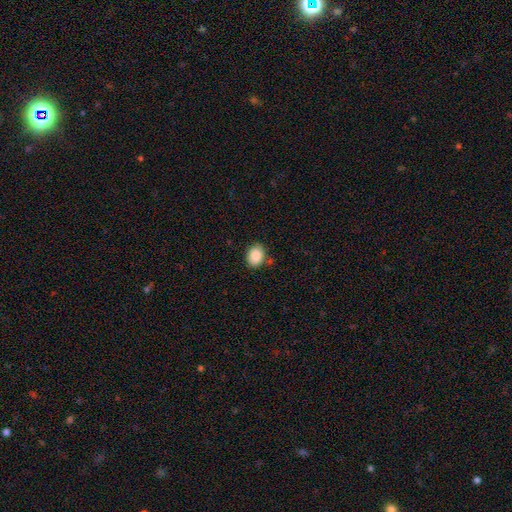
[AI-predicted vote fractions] Smooth or featured? smooth (88%)
How rounded? in between (65%)
Merging? none (82%)